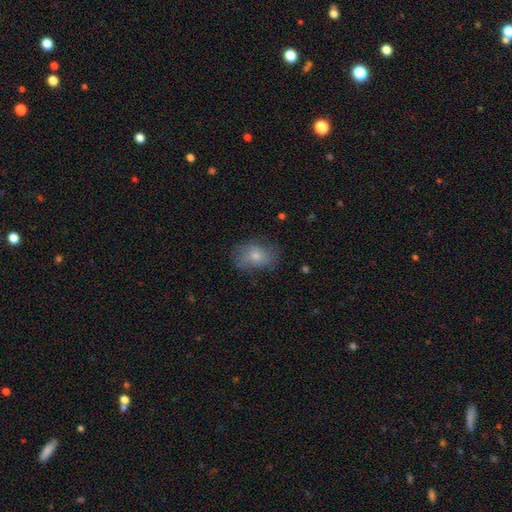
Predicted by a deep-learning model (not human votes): smooth-or-featured: smooth: 73% | featured or disk: 19% | star or artifact: 9%
  how-rounded: in between: 72% | round: 27% | cigar-shaped: 1%
  merging: none: 64% | minor disturbance: 24% | major disturbance: 10% | merger: 1%